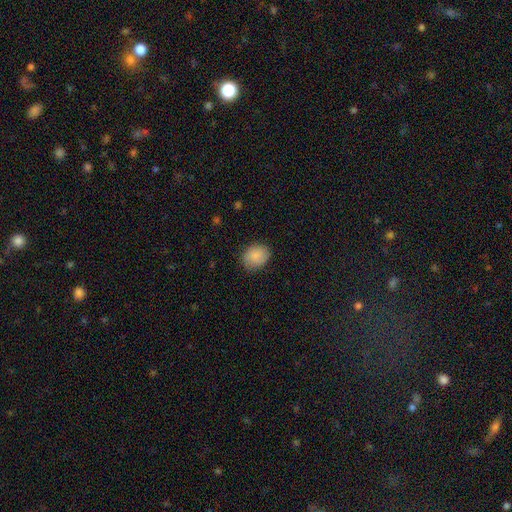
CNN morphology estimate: Smooth or featured: smooth — 85% (featured or disk — 8%)
How rounded: round — 53% (in between — 47%)
Merging: none — 81% (minor disturbance — 15%)